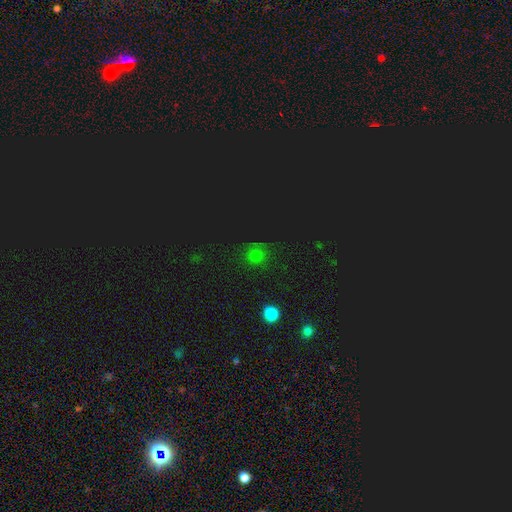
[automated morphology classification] Q: Smooth or featured?
A: smooth (58%); runner-up: star or artifact (35%)
Q: How rounded?
A: round (89%); runner-up: in between (10%)
Q: Merging?
A: none (82%); runner-up: minor disturbance (11%)